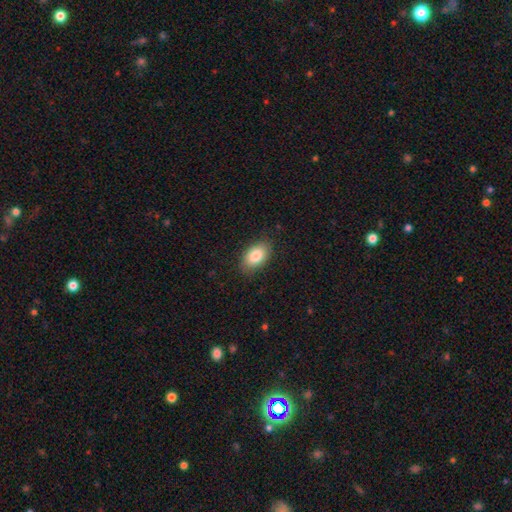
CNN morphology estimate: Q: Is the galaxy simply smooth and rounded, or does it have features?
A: smooth — 83%.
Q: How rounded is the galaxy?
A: in between — 91%.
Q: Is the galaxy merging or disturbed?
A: none — 84%.